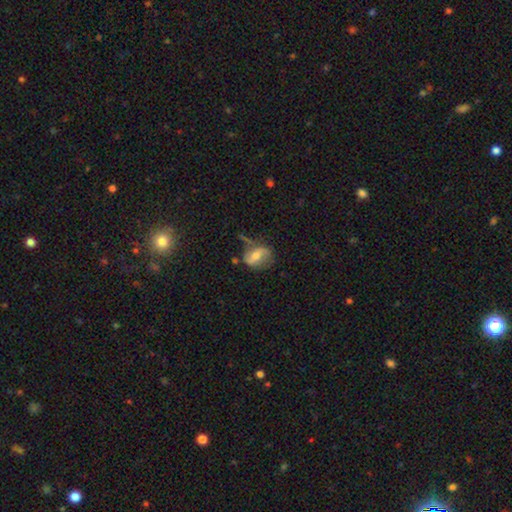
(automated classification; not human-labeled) A featured or disk galaxy (51%).

Vote fractions:
- Smooth or featured? featured or disk: 51% / smooth: 39% / star or artifact: 10%
- Edge-on disk? no: 93% / yes: 7%
- Merging? none: 47% / minor disturbance: 28% / major disturbance: 18% / merger: 7%